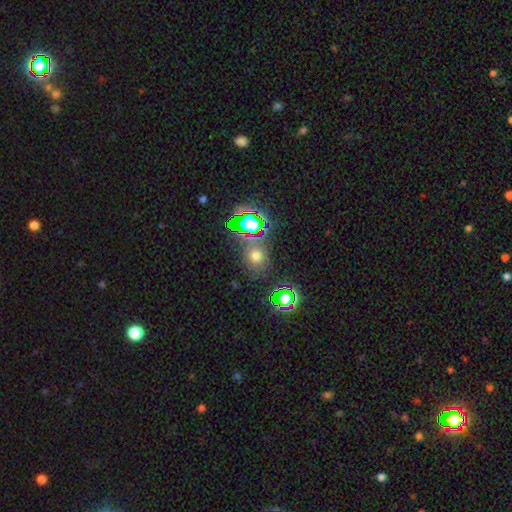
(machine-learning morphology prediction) smooth_or_featured: smooth (p=0.57) [alt: star or artifact p=0.35]
how_rounded: round (p=0.70) [alt: in between p=0.29]
merging: none (p=0.76) [alt: minor disturbance p=0.11]